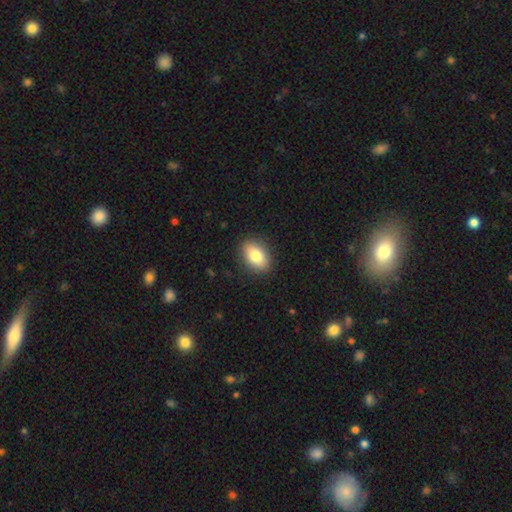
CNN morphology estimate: This is likely a smooth galaxy (80%). How rounded: clearly in between (84%). Merging: clearly none (89%).